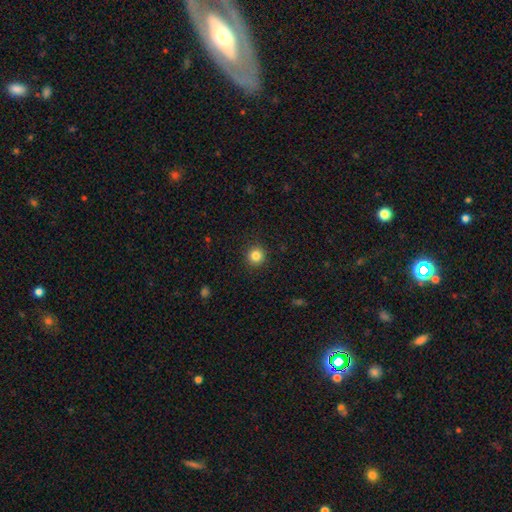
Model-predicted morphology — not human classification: Smooth or featured: smooth — 84% (star or artifact — 11%)
How rounded: round — 94% (in between — 5%)
Merging: none — 92% (minor disturbance — 5%)